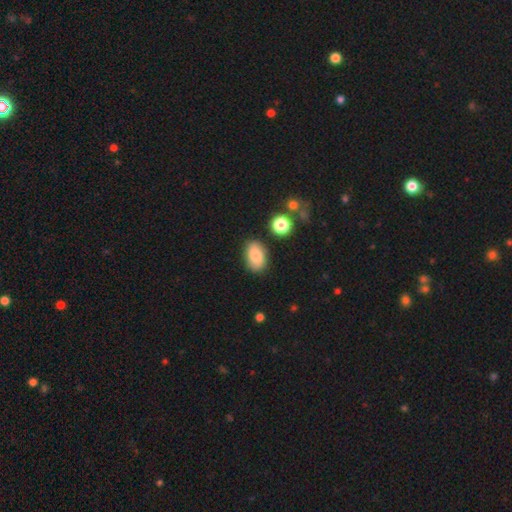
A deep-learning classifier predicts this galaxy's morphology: Smooth or featured? smooth (79%)
How rounded? in between (88%)
Merging? none (80%)